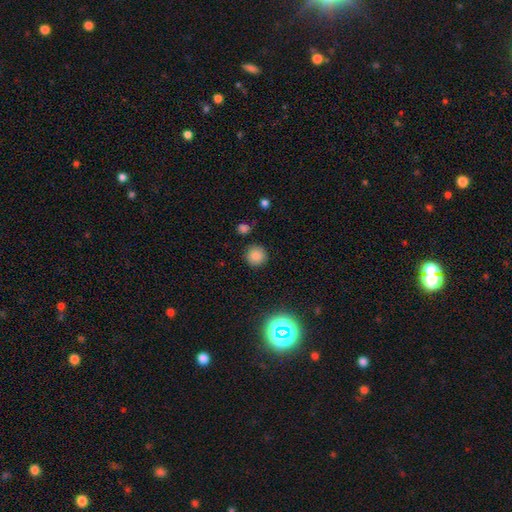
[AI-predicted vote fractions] This is clearly a smooth galaxy (81%). How rounded: clearly round (94%). Merging: clearly none (87%).